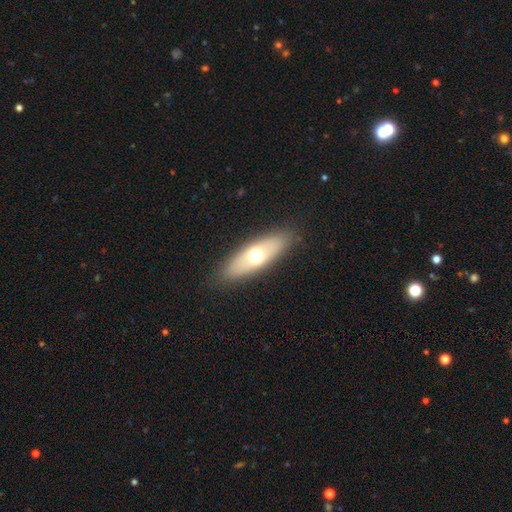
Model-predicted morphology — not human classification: Smooth or featured?
  - smooth: 59% *
  - featured or disk: 35%
  - star or artifact: 6%
How rounded?
  - in between: 56% *
  - cigar-shaped: 41%
  - round: 3%
Merging?
  - none: 87% *
  - minor disturbance: 9%
  - major disturbance: 3%
  - merger: 1%